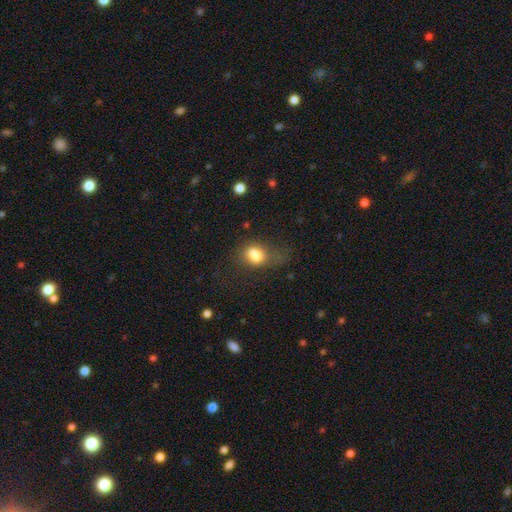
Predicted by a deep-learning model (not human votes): Smooth or featured? Predicted: smooth (p=0.77). How rounded? Predicted: in between (p=0.58). Merging? Predicted: none (p=0.36).